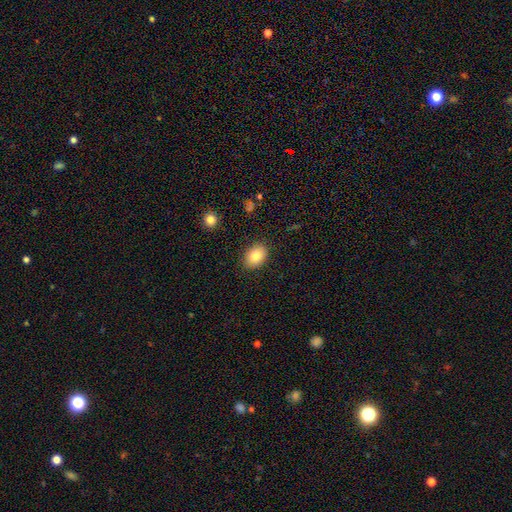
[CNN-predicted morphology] Smooth or featured: smooth — 83% (featured or disk — 9%)
How rounded: in between — 77% (round — 22%)
Merging: none — 87% (minor disturbance — 10%)